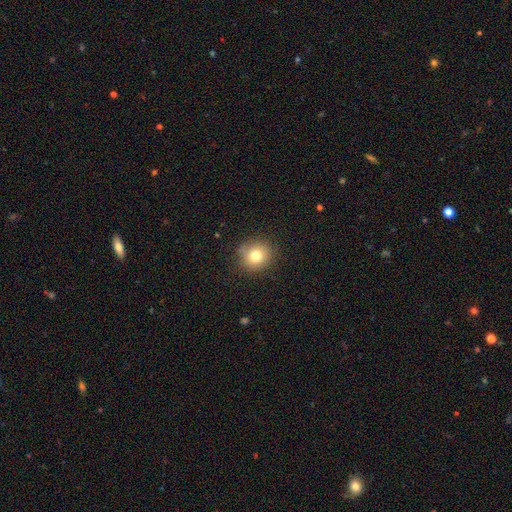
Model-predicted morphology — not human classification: The model was most divided on "smooth or featured": smooth: 77%, star or artifact: 12%, featured or disk: 11%. More confident: how rounded — round (88%); merging — none (82%).